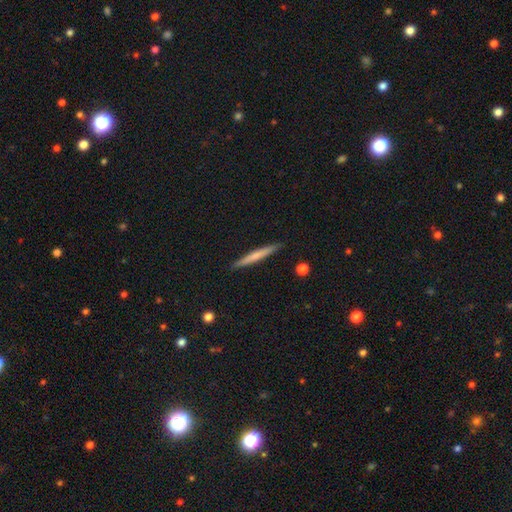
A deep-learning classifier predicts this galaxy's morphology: This is possibly a smooth galaxy (57%). How rounded: clearly cigar-shaped (96%). Merging: clearly none (91%).